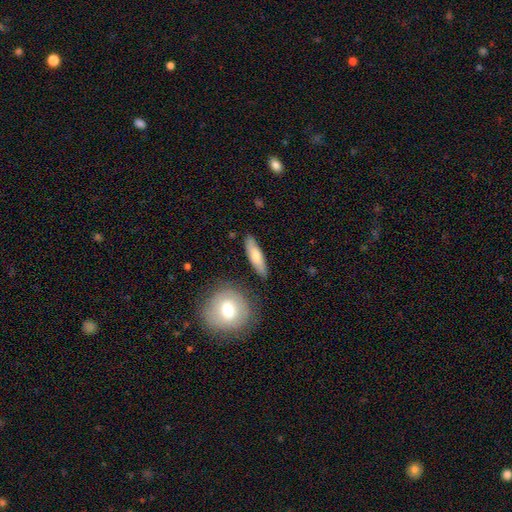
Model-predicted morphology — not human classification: A smooth galaxy with no disk features (71%) that is cigar-shaped (60%).

Vote fractions:
- Smooth or featured? smooth: 71% / featured or disk: 23% / star or artifact: 6%
- How rounded? cigar-shaped: 60% / in between: 38% / round: 3%
- Merging? none: 80% / minor disturbance: 13% / merger: 4% / major disturbance: 3%